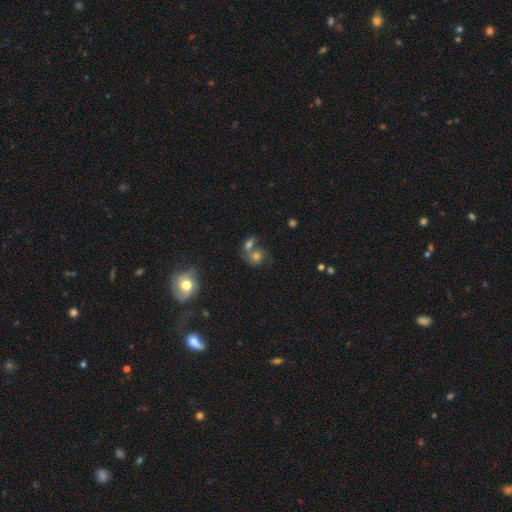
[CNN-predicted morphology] Smooth or featured?
  - smooth: 50% *
  - featured or disk: 30%
  - star or artifact: 20%
Merging?
  - merger: 41% * (tied)
  - none: 41% * (tied)
  - minor disturbance: 10%
  - major disturbance: 7%